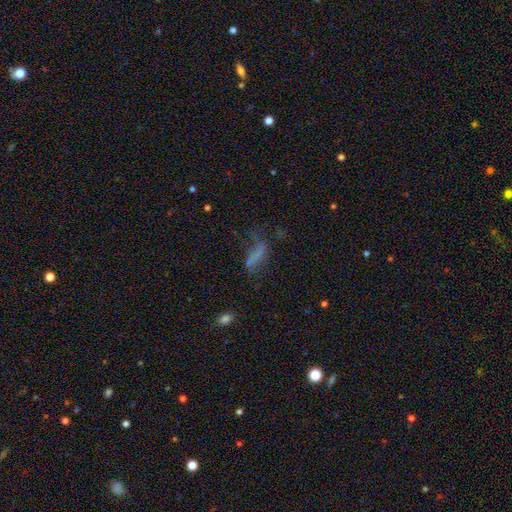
Morphology: type=smooth (52%); roundness=cigar-shaped (52%); merging=major disturbance (51%).